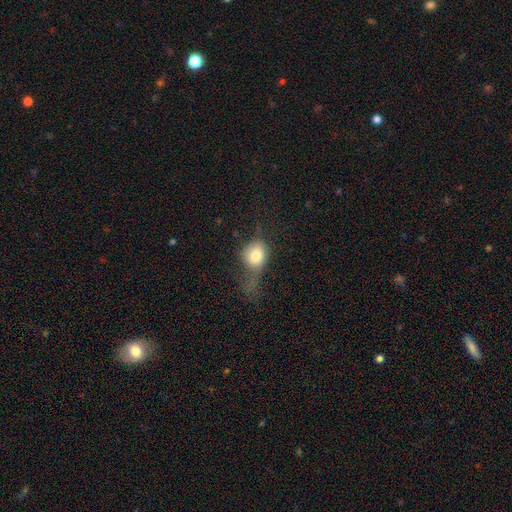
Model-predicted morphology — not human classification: A smooth galaxy with no disk features (76%) that is round (49%). Merging: major disturbance (44%).